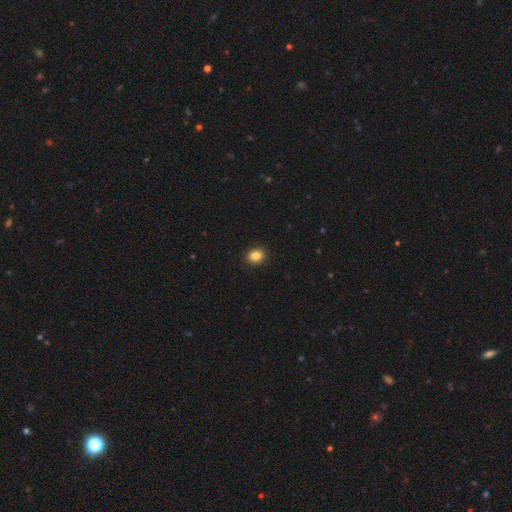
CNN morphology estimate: smooth 87%, star or artifact 10%, featured or disk 3%. Down the decision tree: how rounded — in between (50%); merging — none (91%).